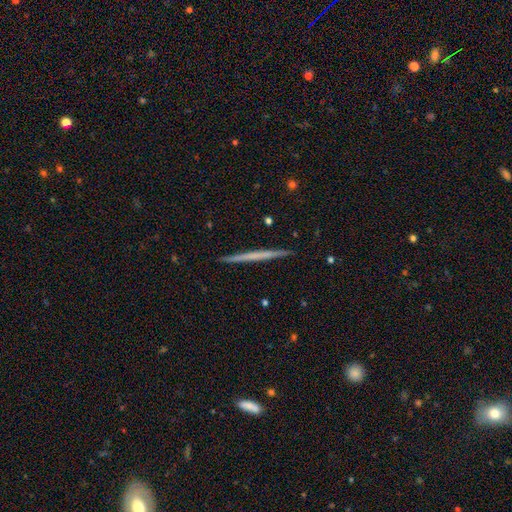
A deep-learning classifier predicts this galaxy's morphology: smooth-or-featured: featured or disk: 55% | smooth: 40% | star or artifact: 5%
  disk-edge-on: yes: 98% | no: 2%
    edge-on-bulge: none: 89% | rounded: 8% | boxy: 3%
  merging: none: 93% | minor disturbance: 5% | major disturbance: 1% | merger: 1%